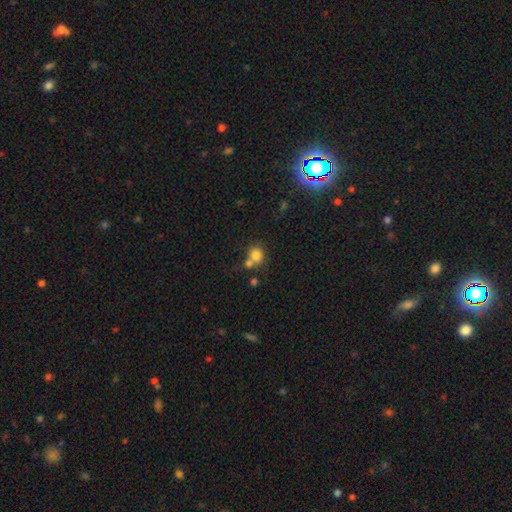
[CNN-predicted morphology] Smooth or featured? Predicted: smooth (p=0.79). How rounded? Predicted: round (p=0.78). Merging? Predicted: none (p=0.46).